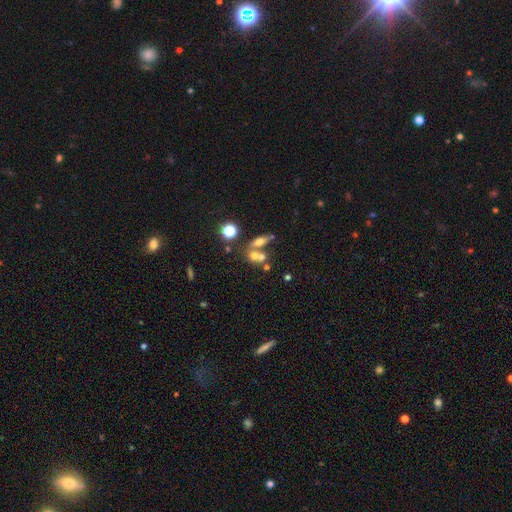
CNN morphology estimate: type=smooth (57%); roundness=in between (48%); merging=merger (50%).